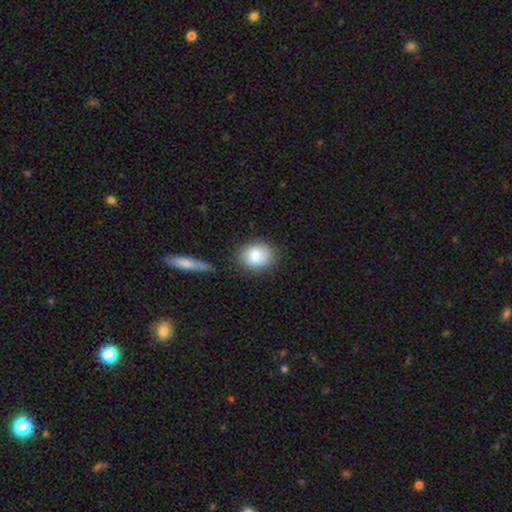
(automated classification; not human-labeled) This appears to be a smooth galaxy with no disk features (82%) that is round (56%). Merging: none (76%).